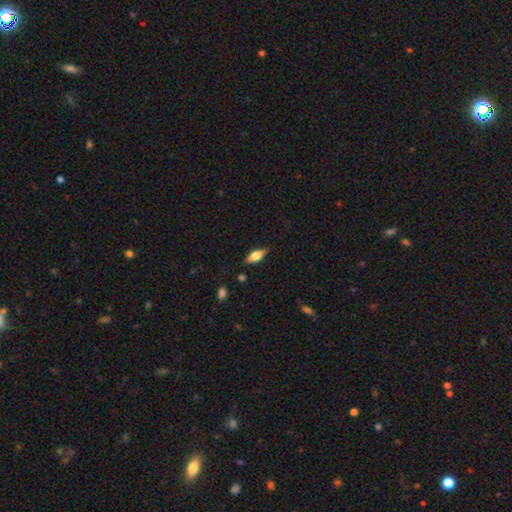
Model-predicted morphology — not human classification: Smooth or featured? Predicted: smooth (p=0.53). How rounded? Predicted: in between (p=0.68). Merging? Predicted: none (p=0.84).